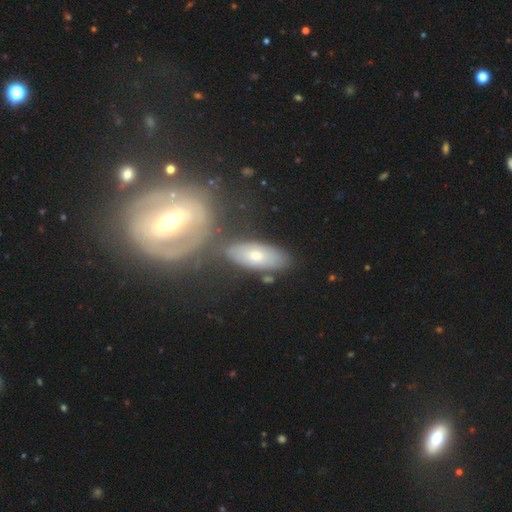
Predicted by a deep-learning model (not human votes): The model was most divided on "smooth or featured": smooth: 55%, featured or disk: 38%, star or artifact: 7%. More confident: how rounded — in between (84%); merging — none (67%).